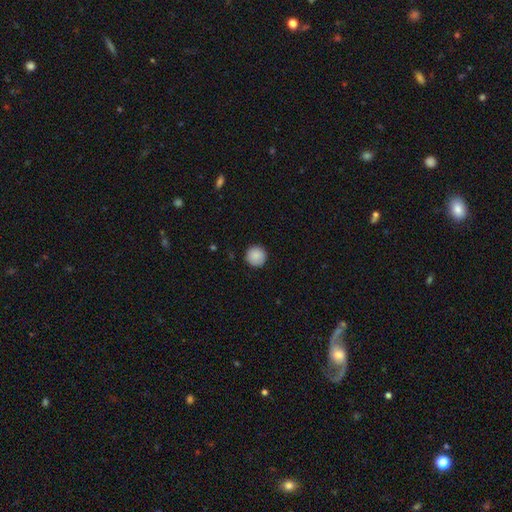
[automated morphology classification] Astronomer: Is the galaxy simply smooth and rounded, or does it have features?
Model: smooth — 89%.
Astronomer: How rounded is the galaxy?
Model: round — 96%.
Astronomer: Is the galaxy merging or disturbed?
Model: none — 90%.